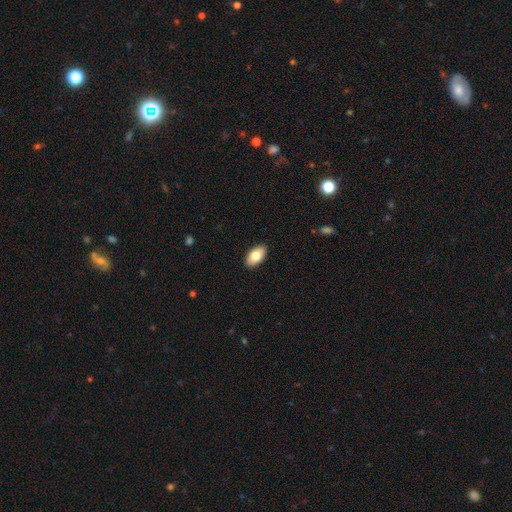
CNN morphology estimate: A smooth galaxy with no disk features (79%) that is in between round and cigar-shaped (94%).

Vote fractions:
- Smooth or featured? smooth: 79% / featured or disk: 14% / star or artifact: 7%
- How rounded? in between: 94% / round: 4% / cigar-shaped: 2%
- Merging? none: 90% / minor disturbance: 7% / major disturbance: 2% / merger: 1%